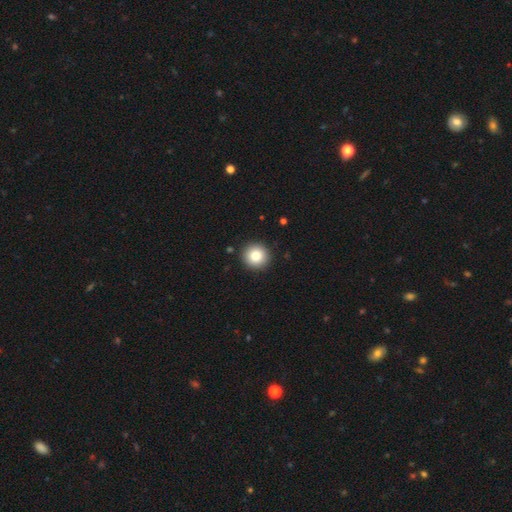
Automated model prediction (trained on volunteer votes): A smooth galaxy with no disk features (84%) that is round (94%). Merging: none (92%).